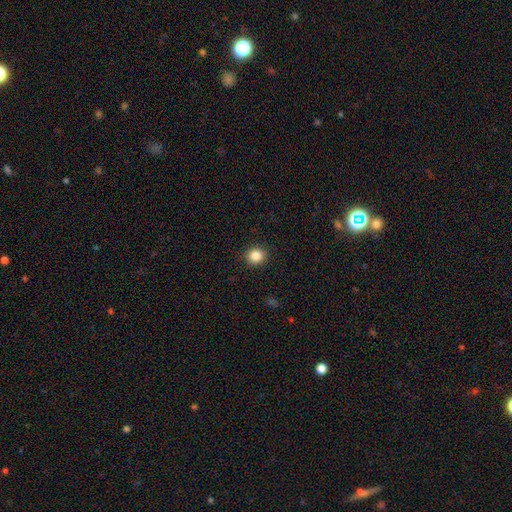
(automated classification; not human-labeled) smooth_or_featured: smooth (p=0.85) [alt: star or artifact p=0.10]
how_rounded: round (p=0.87) [alt: in between p=0.12]
merging: none (p=0.91) [alt: minor disturbance p=0.06]